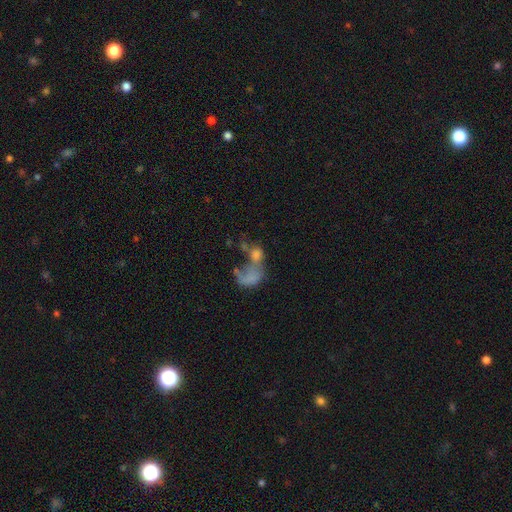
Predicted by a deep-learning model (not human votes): Smooth or featured? Predicted: smooth (p=0.42). Merging? Predicted: merger (p=0.53).